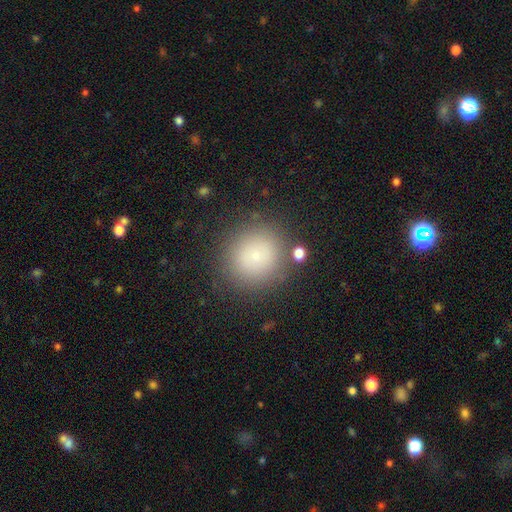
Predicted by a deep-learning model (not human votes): Smooth or featured? smooth (76%)
How rounded? round (90%)
Merging? none (84%)